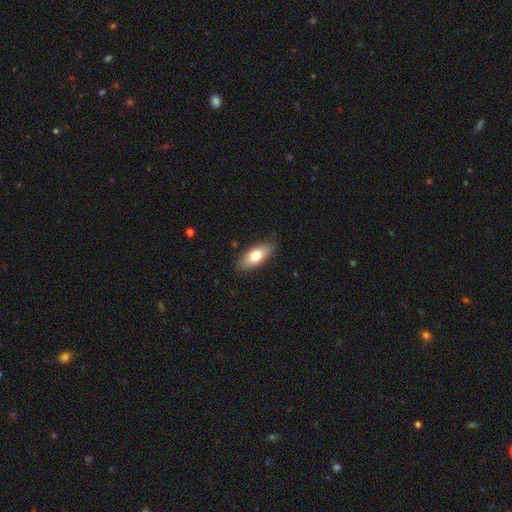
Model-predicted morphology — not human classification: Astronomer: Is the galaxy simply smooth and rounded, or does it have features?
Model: smooth — 76%.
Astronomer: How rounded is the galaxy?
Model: in between — 85%.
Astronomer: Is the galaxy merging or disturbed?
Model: none — 85%.